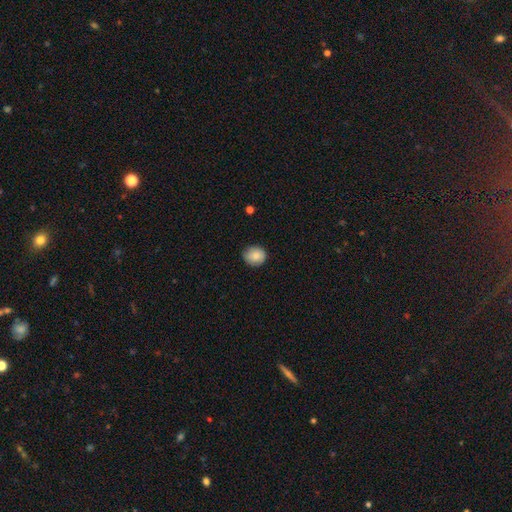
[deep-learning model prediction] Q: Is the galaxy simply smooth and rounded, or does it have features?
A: smooth — 85%.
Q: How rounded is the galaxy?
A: round — 82%.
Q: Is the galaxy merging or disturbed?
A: none — 81%.